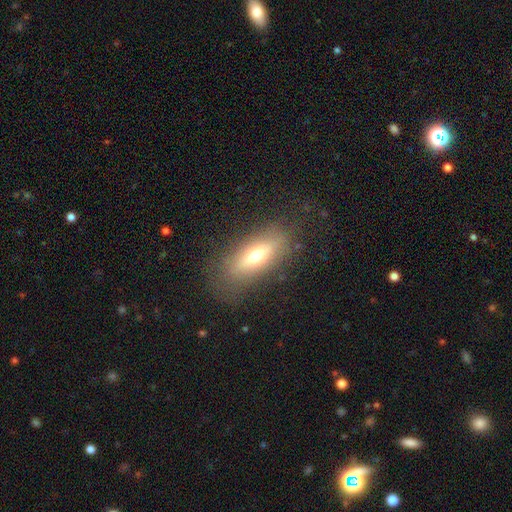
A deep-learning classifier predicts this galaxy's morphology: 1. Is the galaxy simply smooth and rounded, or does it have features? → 58% smooth, 33% featured or disk, 9% star or artifact.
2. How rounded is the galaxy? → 63% in between, 33% cigar-shaped, 4% round.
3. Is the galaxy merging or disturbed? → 79% none, 14% minor disturbance, 6% major disturbance, 1% merger.